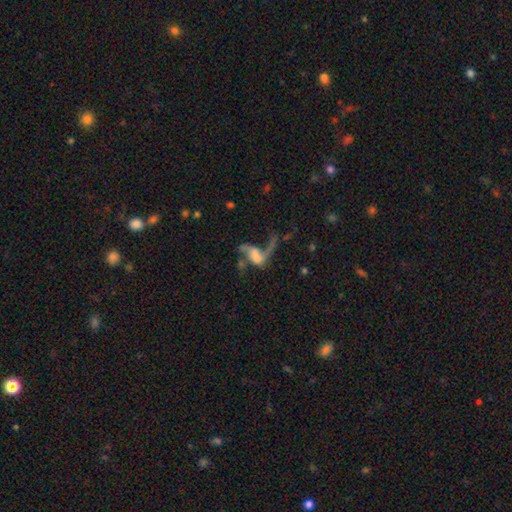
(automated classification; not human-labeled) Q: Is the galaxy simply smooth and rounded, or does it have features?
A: featured or disk — 68%.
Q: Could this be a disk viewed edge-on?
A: no — 95%.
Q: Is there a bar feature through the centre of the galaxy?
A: no — 46%.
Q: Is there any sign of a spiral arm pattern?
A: yes — 78%.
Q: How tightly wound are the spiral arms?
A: loose — 85%.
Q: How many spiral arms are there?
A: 2 — 59%.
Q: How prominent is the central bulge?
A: none — 40%.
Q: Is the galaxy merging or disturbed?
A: major disturbance — 47%.